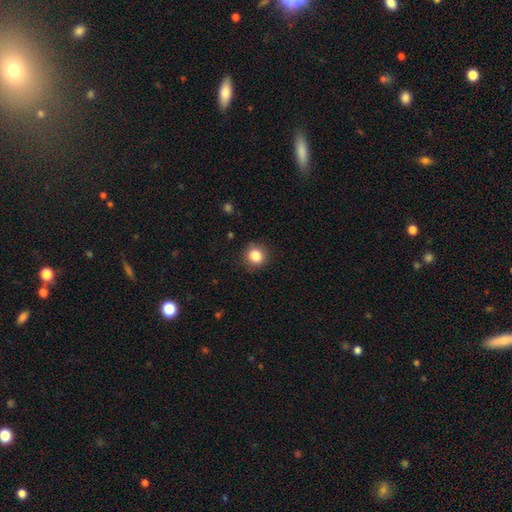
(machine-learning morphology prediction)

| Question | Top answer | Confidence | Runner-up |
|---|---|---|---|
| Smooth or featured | smooth | 84% | star or artifact (11%) |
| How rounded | round | 84% | in between (15%) |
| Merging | none | 86% | minor disturbance (10%) |